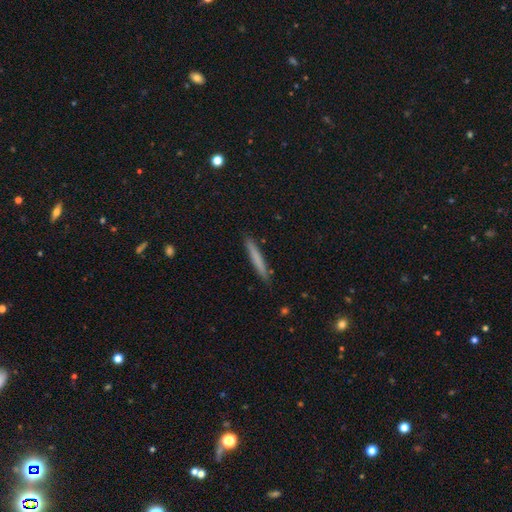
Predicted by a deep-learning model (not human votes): A smooth galaxy with no disk features (70%) that is cigar-shaped (96%). Merging: none (89%).